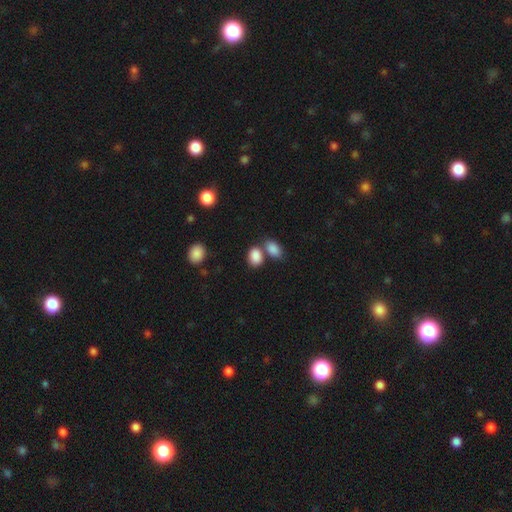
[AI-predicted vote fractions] A smooth galaxy with no disk features (87%) that is in between round and cigar-shaped (80%). Merging: none (49%).